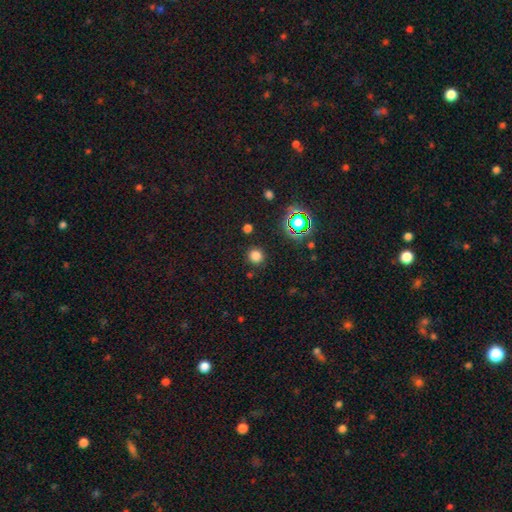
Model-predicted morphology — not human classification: A smooth galaxy with no disk features (76%) that is round (91%). Merging: none (88%).